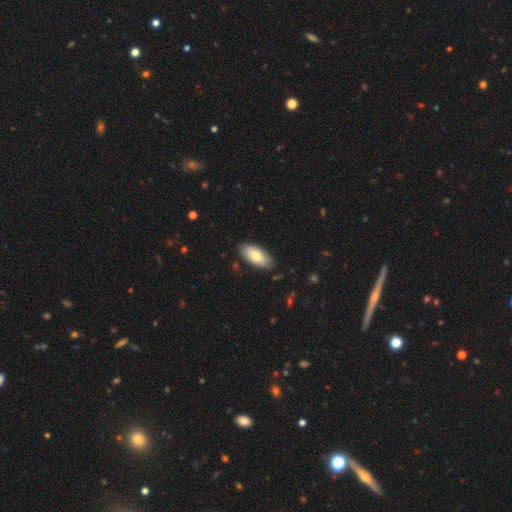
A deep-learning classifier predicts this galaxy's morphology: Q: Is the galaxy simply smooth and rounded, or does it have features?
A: smooth — 75%.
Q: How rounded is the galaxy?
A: in between — 91%.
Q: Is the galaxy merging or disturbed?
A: none — 86%.